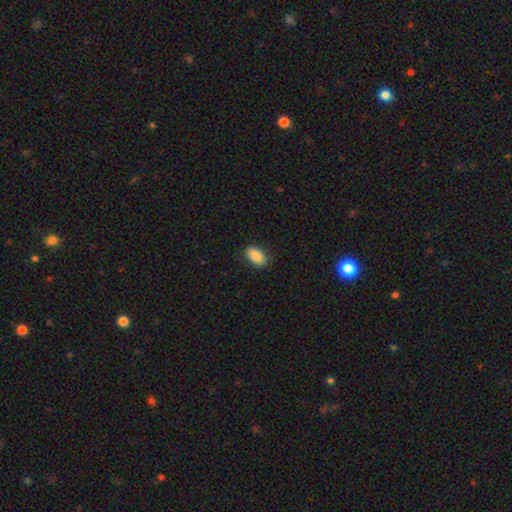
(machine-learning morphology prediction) type=smooth (87%); roundness=in between (92%); merging=none (87%).